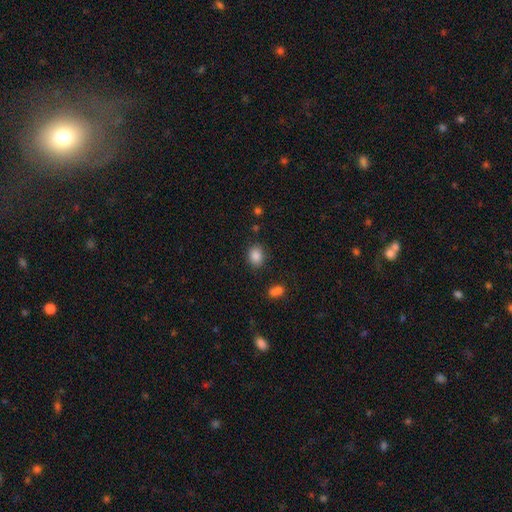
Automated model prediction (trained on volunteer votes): This appears to be a smooth galaxy with no disk features (86%) that is in between round and cigar-shaped (58%). Merging: none (83%).